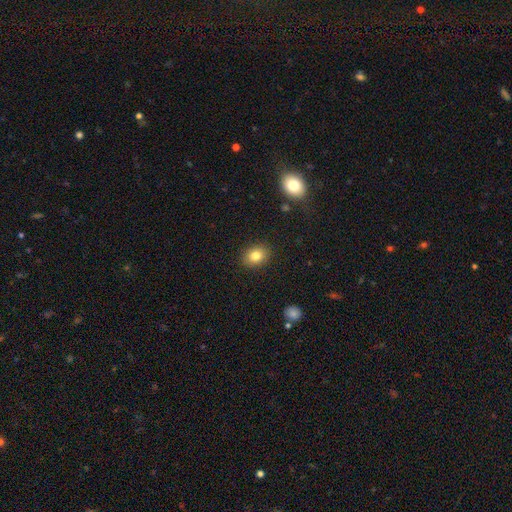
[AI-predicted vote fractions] Q: Smooth or featured?
A: smooth (82%); runner-up: star or artifact (10%)
Q: How rounded?
A: in between (62%); runner-up: round (37%)
Q: Merging?
A: none (89%); runner-up: minor disturbance (8%)